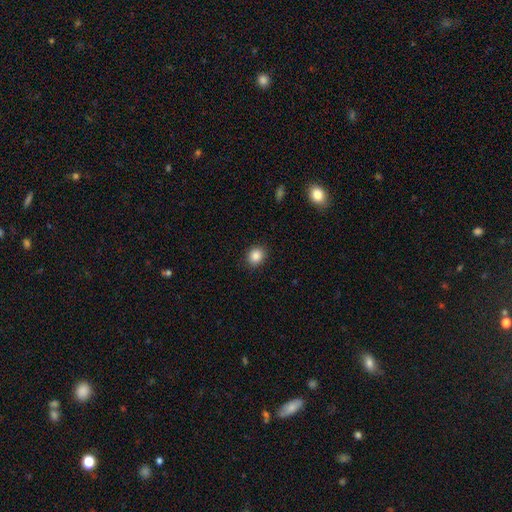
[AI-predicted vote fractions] Q: Smooth or featured?
A: smooth (86%); runner-up: star or artifact (10%)
Q: How rounded?
A: round (66%); runner-up: in between (34%)
Q: Merging?
A: none (89%); runner-up: minor disturbance (8%)